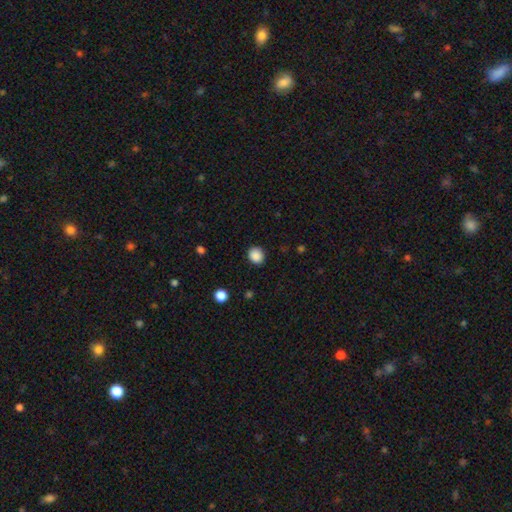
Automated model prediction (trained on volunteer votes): This is clearly a smooth galaxy (88%). How rounded: likely round (77%). Merging: clearly none (89%).